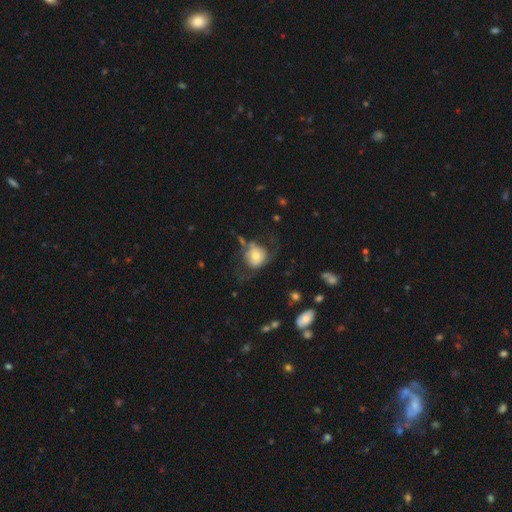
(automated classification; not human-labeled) Morphology: type=smooth (50%); roundness=round (80%); merging=none (41%).